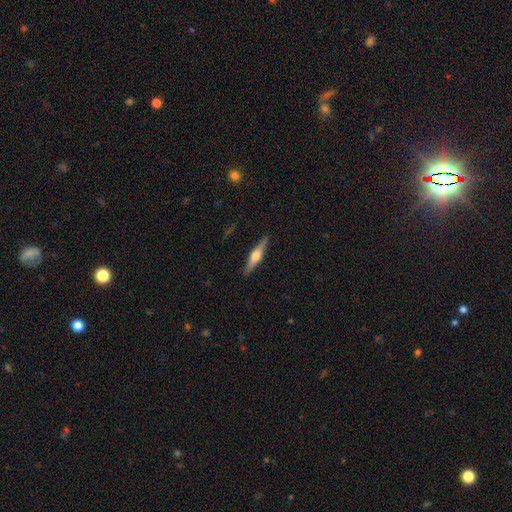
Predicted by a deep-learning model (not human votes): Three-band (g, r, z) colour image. It shows a featured or disk galaxy (65%) viewed edge-on (97%) with a rounded central bulge (94%). Merging: none (91%).